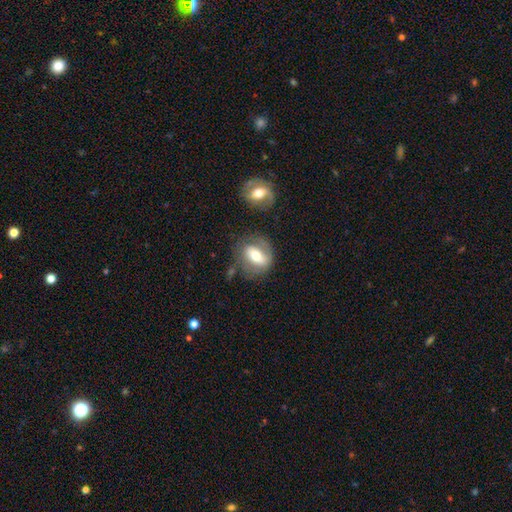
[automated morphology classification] A featured or disk galaxy (49%).

Vote fractions:
- Smooth or featured? featured or disk: 49% / smooth: 44% / star or artifact: 7%
- Merging? none: 62% / minor disturbance: 20% / major disturbance: 11% / merger: 7%